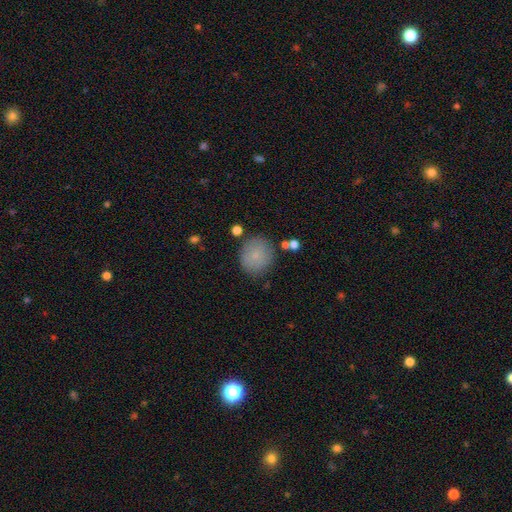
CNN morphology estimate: Smooth or featured?
  - smooth: 83% *
  - featured or disk: 9%
  - star or artifact: 9%
How rounded?
  - round: 89% *
  - in between: 10%
  - cigar-shaped: 1%
Merging?
  - none: 82% *
  - minor disturbance: 11%
  - merger: 4%
  - major disturbance: 3%